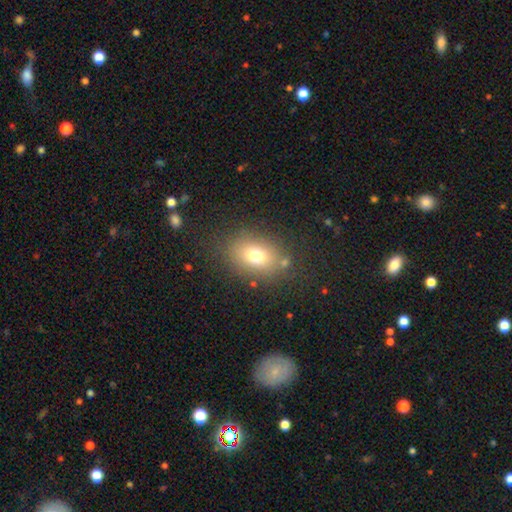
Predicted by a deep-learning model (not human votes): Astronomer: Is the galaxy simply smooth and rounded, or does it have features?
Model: smooth — 74%.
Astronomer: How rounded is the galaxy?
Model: in between — 70%.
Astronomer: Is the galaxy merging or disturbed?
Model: none — 79%.